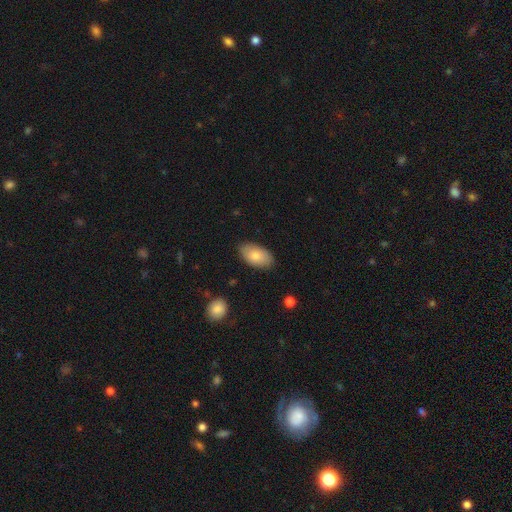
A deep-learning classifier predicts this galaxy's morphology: This is likely a smooth galaxy (78%). How rounded: clearly in between (94%). Merging: clearly none (84%).